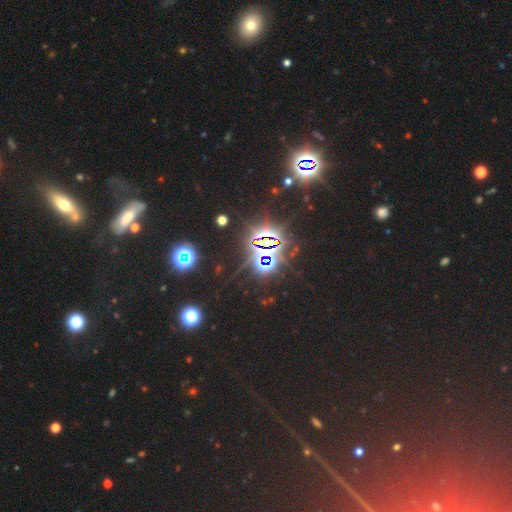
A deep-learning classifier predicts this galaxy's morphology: This is likely a star or artifact rather than a galaxy (73%).